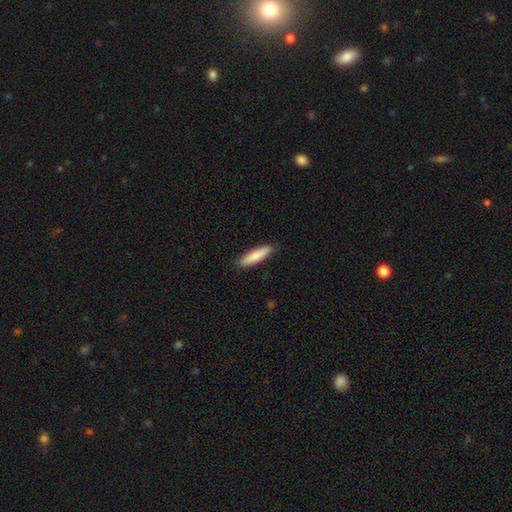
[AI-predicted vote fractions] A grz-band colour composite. It shows a smooth galaxy with no disk features (84%) that is cigar-shaped (81%). Merging: none (90%).